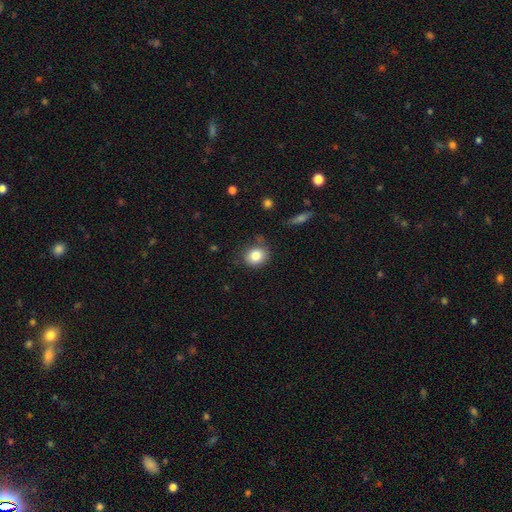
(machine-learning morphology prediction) A smooth galaxy with no disk features (83%) that is round (63%).

Vote fractions:
- Smooth or featured? smooth: 83% / star or artifact: 9% / featured or disk: 8%
- How rounded? round: 63% / in between: 36% / cigar-shaped: 1%
- Merging? none: 80% / minor disturbance: 14% / major disturbance: 3% / merger: 3%